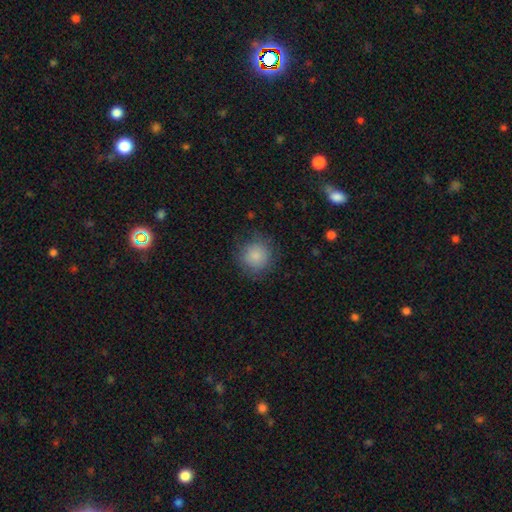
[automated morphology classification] type=smooth (85%); roundness=round (92%); merging=none (81%).